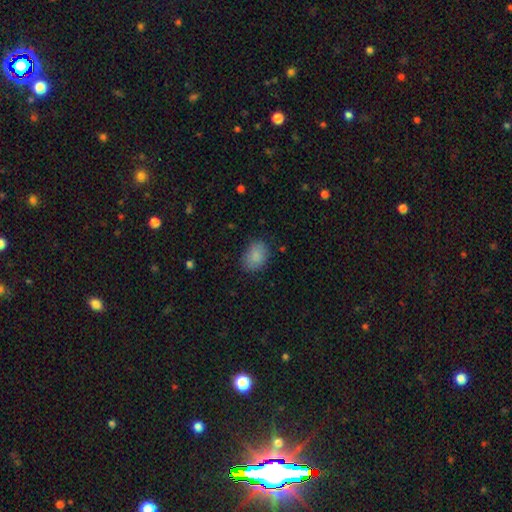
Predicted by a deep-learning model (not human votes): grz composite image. It shows a smooth galaxy with no disk features (86%) that is in between round and cigar-shaped (74%). Merging: none (80%).